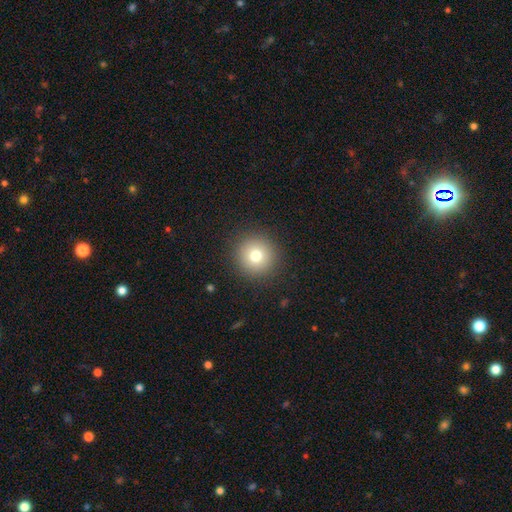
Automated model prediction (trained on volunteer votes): Smooth or featured? Predicted: smooth (p=0.76). How rounded? Predicted: round (p=0.96). Merging? Predicted: none (p=0.91).